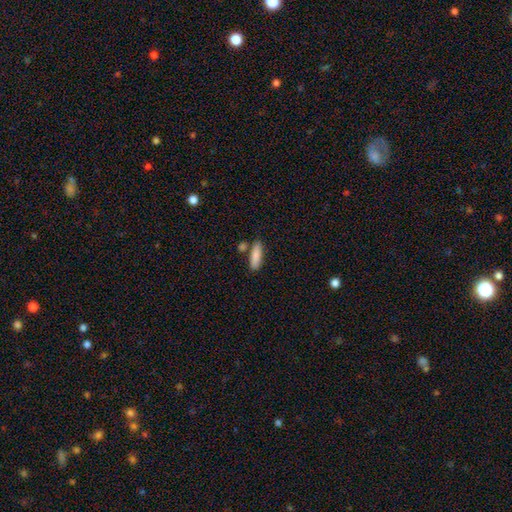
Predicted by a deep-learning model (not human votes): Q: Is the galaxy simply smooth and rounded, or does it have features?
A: smooth — 88%.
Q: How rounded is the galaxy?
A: cigar-shaped — 49%.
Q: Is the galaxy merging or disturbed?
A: none — 75%.